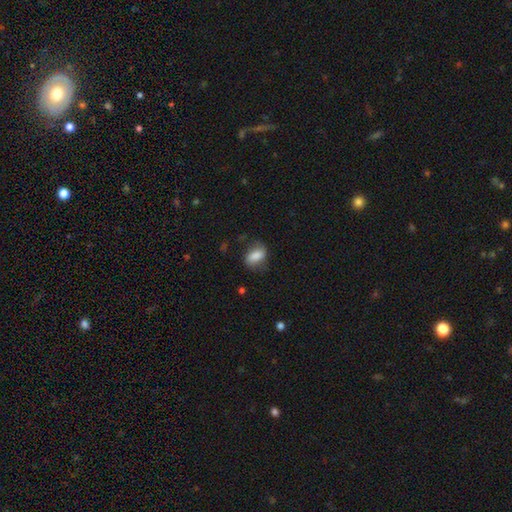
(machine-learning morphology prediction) Overall: smooth (74%). How rounded: in between (83%). Merging: none (67%).